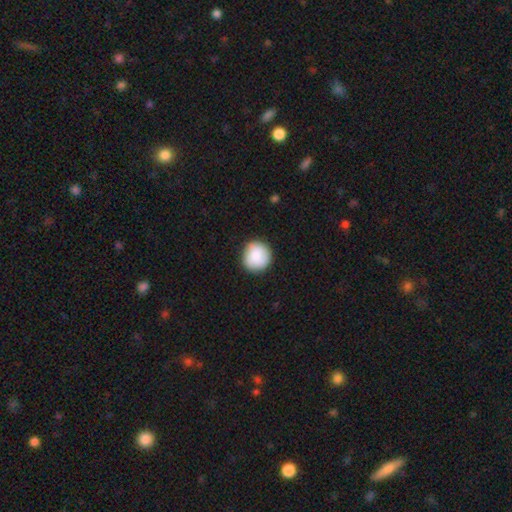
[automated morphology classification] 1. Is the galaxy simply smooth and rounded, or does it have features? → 81% smooth, 12% featured or disk, 7% star or artifact.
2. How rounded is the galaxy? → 94% round, 5% in between, 1% cigar-shaped.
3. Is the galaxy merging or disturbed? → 87% none, 9% minor disturbance, 2% major disturbance, 1% merger.